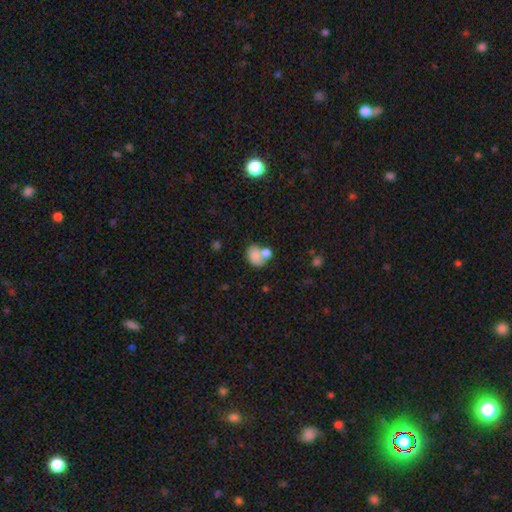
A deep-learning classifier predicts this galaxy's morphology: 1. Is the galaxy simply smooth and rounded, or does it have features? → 77% smooth, 13% featured or disk, 10% star or artifact.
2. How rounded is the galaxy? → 53% in between, 46% round, 1% cigar-shaped.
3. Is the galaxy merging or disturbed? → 38% merger (tied), 38% none (tied), 16% minor disturbance, 8% major disturbance.